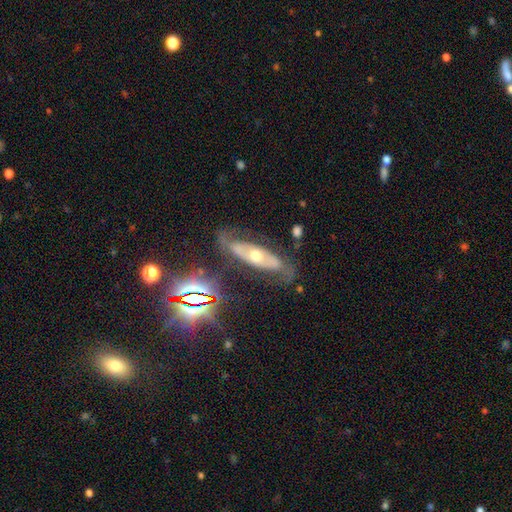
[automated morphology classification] Smooth or featured?
  - featured or disk: 70% *
  - smooth: 17%
  - star or artifact: 13%
Edge-on disk?
  - no: 76% *
  - yes: 24%
Bar?
  - no: 70% *
  - weak: 17%
  - strong: 13%
Spiral arms?
  - yes: 69% *
  - no: 31%
Bulge size?
  - moderate: 63% *
  - small: 29%
  - large: 5%
  - none: 1%
  - dominant: 1%
Merging?
  - none: 67% *
  - minor disturbance: 19%
  - major disturbance: 12%
  - merger: 2%